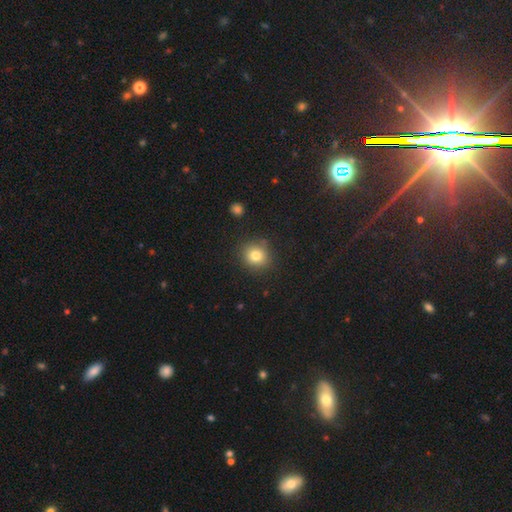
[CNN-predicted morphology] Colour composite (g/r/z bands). It shows a smooth galaxy with no disk features (80%) that is round (86%). Merging: none (87%).